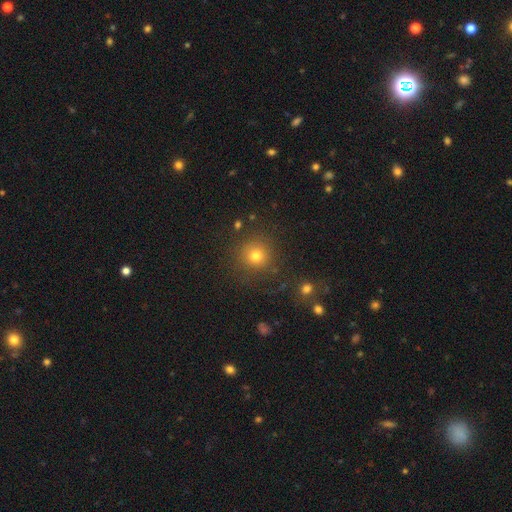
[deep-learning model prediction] Smooth or featured? Predicted: smooth (p=0.76). How rounded? Predicted: round (p=0.92). Merging? Predicted: none (p=0.83).